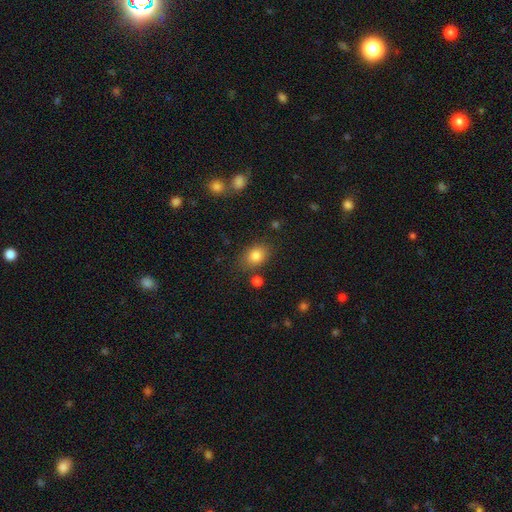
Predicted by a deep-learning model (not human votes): Overall: smooth (83%). How rounded: in between (67%; round 32%). Merging: none (76%).